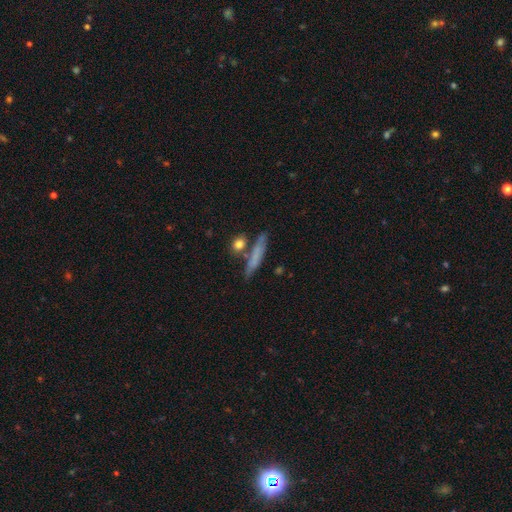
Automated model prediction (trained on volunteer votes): The model was most divided on "smooth or featured": smooth: 65%, featured or disk: 27%, star or artifact: 8%. More confident: how rounded — cigar-shaped (82%); merging — none (70%).